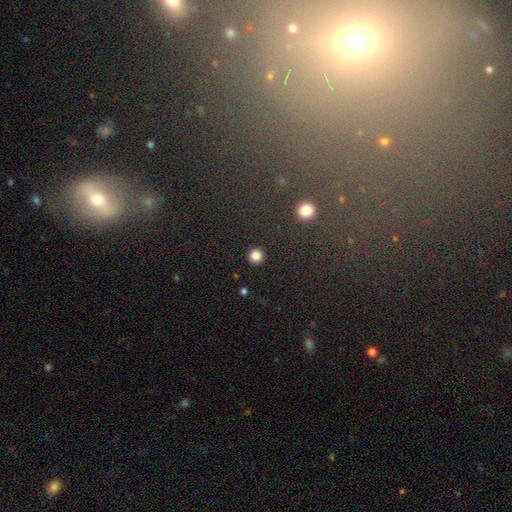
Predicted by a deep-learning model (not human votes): Smooth or featured?
  - smooth: 83% *
  - star or artifact: 12%
  - featured or disk: 4%
How rounded?
  - round: 94% *
  - in between: 5%
  - cigar-shaped: 1%
Merging?
  - none: 92% *
  - minor disturbance: 5%
  - major disturbance: 2%
  - merger: 1%